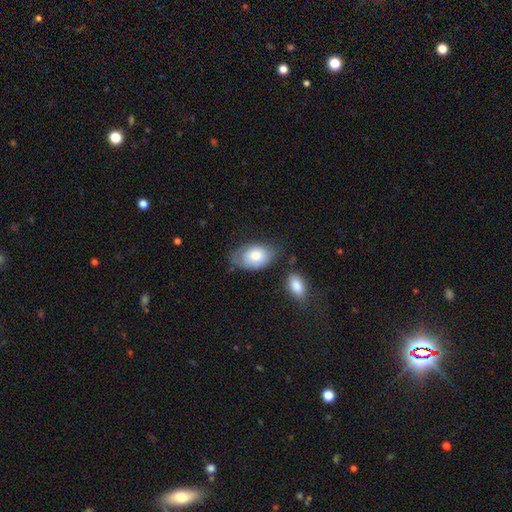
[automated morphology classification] Q: Smooth or featured?
A: smooth (77%); runner-up: featured or disk (17%)
Q: How rounded?
A: in between (90%); runner-up: round (9%)
Q: Merging?
A: none (54%); runner-up: minor disturbance (29%)